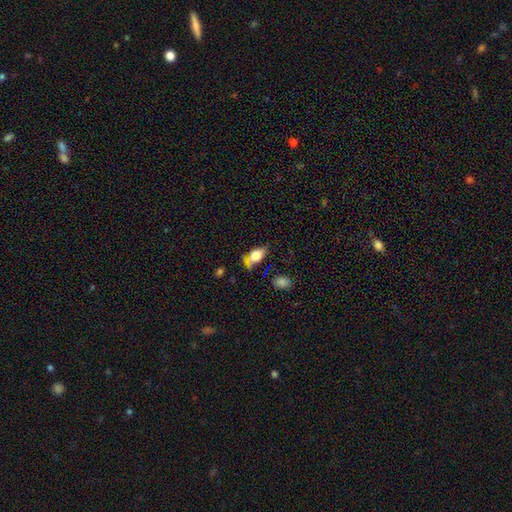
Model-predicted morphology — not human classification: Smooth or featured?
  - smooth: 69% *
  - featured or disk: 21%
  - star or artifact: 10%
How rounded?
  - in between: 86% *
  - cigar-shaped: 8%
  - round: 7%
Merging?
  - none: 48% *
  - minor disturbance: 28%
  - major disturbance: 15%
  - merger: 10%